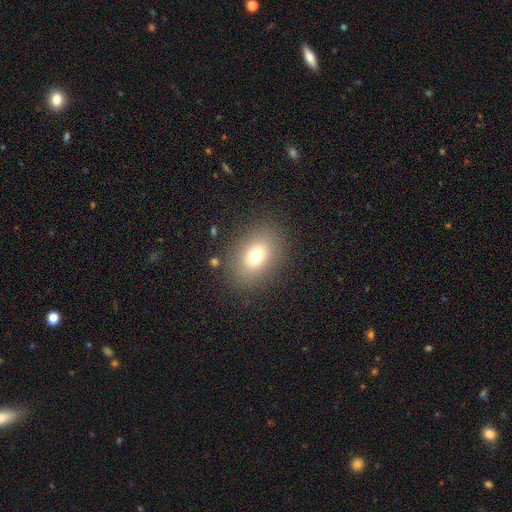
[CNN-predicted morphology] Overall: smooth (75%). How rounded: in between (75%). Merging: none (85%).